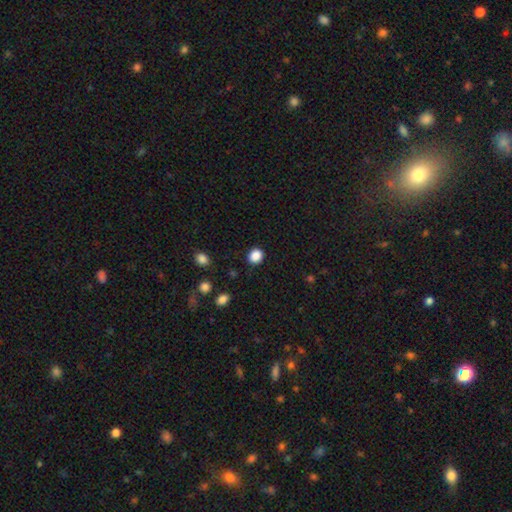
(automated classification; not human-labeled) A smooth galaxy with no disk features (88%) that is round (74%). Merging: none (89%).